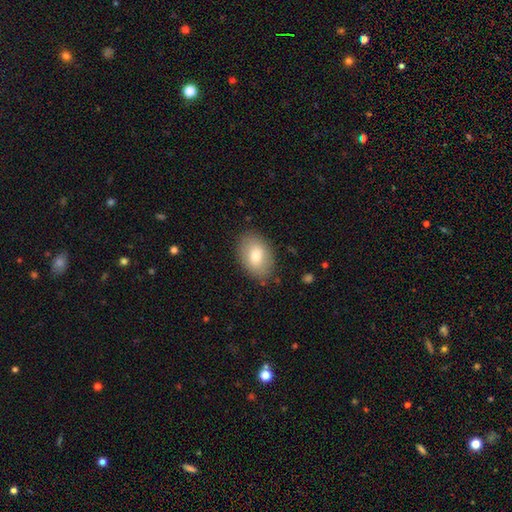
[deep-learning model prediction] smooth-or-featured: smooth: 76% | featured or disk: 17% | star or artifact: 7%
  how-rounded: in between: 87% | round: 12% | cigar-shaped: 1%
  merging: none: 84% | minor disturbance: 12% | major disturbance: 3% | merger: 1%